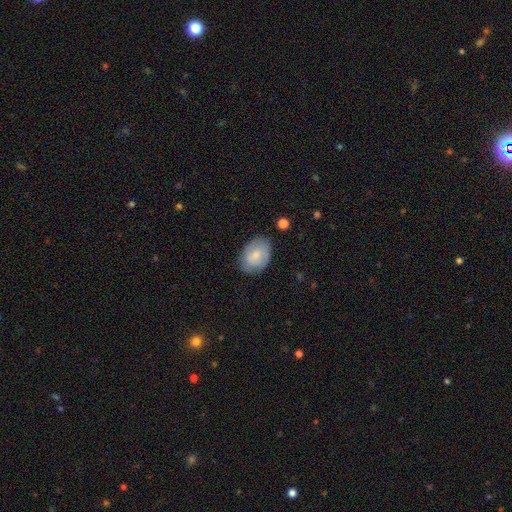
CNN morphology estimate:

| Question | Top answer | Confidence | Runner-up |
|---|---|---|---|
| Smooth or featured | smooth | 74% | featured or disk (20%) |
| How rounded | in between | 80% | round (19%) |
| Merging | none | 75% | minor disturbance (19%) |